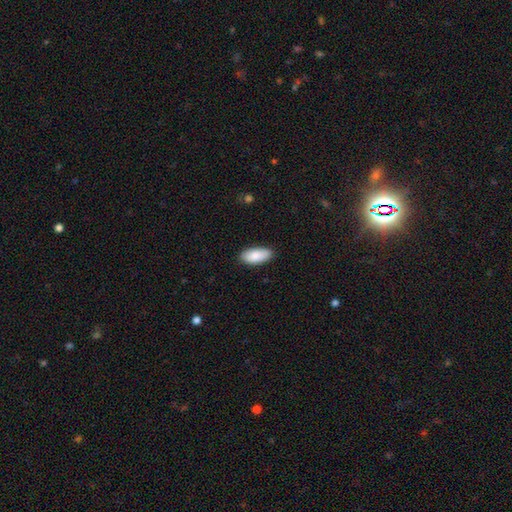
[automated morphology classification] A smooth galaxy with no disk features (86%) that is in between round and cigar-shaped (91%). Merging: none (86%).